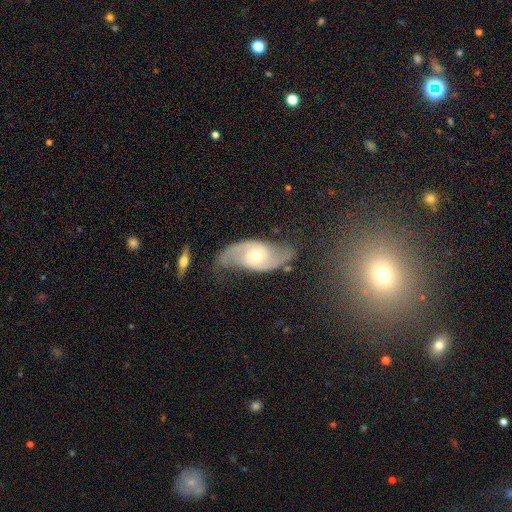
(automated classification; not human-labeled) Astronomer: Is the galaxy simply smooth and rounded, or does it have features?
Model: featured or disk — 86%.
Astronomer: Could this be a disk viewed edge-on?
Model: no — 96%.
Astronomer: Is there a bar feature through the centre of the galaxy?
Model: no — 59%.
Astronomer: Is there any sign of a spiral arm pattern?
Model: yes — 96%.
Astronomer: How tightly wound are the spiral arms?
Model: loose — 44% (runner-up: medium, 41%).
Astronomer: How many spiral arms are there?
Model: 2 — 92%.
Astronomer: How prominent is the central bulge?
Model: moderate — 56% (runner-up: small, 38%).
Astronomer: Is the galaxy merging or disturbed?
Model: none — 71%.